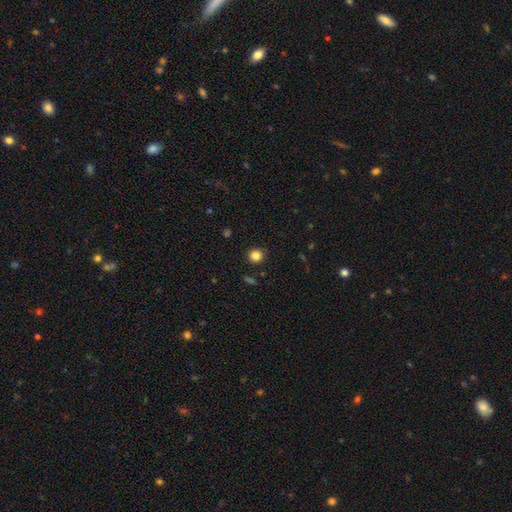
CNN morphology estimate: A smooth galaxy with no disk features (84%) that is round (91%). Merging: none (91%).